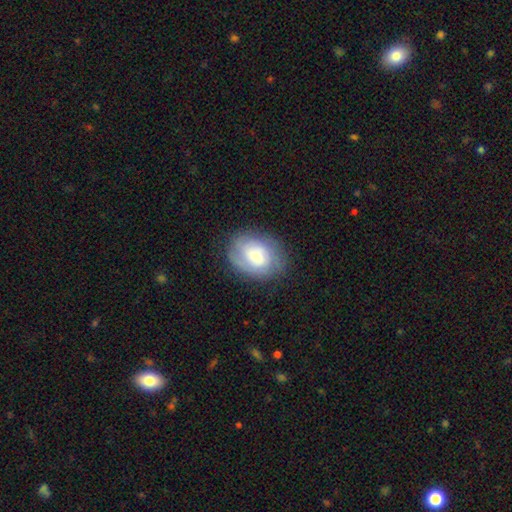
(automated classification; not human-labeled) Smooth or featured: smooth — 51% (featured or disk — 41%)
How rounded: in between — 71% (round — 28%)
Merging: none — 73% (minor disturbance — 18%)